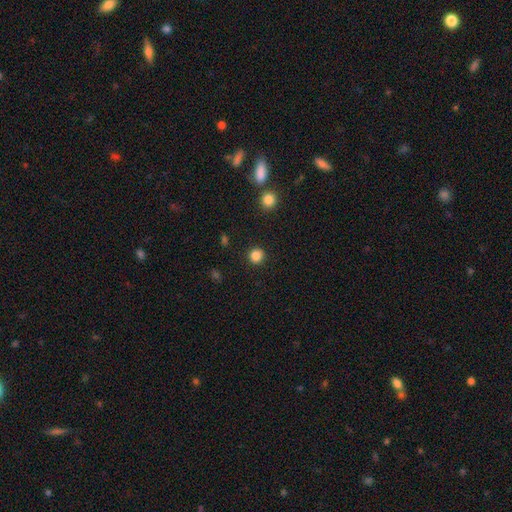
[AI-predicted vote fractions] Smooth or featured: smooth — 85% (star or artifact — 12%)
How rounded: round — 92% (in between — 7%)
Merging: none — 91% (minor disturbance — 5%)